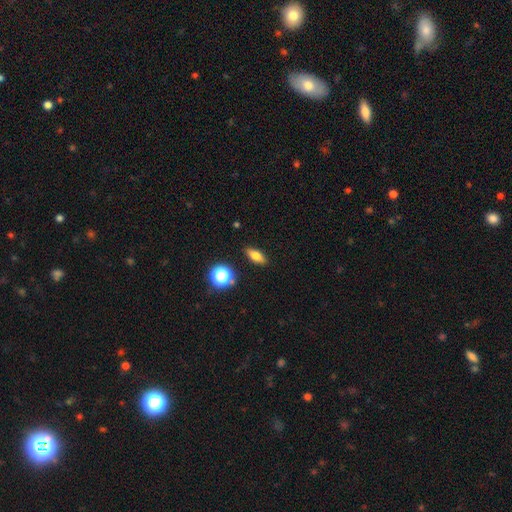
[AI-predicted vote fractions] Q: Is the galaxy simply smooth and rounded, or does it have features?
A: smooth — 70%.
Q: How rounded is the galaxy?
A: in between — 69%.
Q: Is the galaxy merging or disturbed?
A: none — 88%.